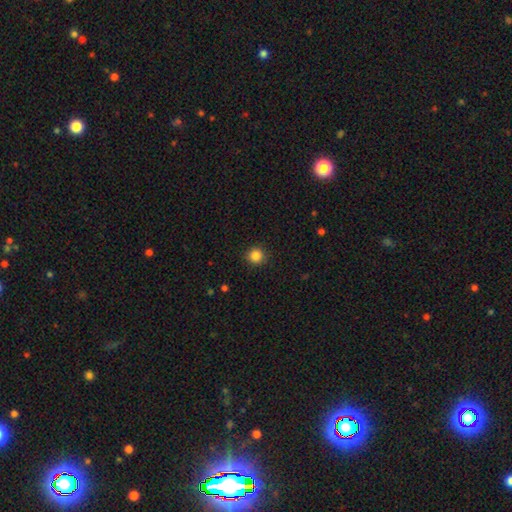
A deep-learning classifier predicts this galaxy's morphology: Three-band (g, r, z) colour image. It shows a smooth galaxy with no disk features (85%) that is round (94%). Merging: none (91%).